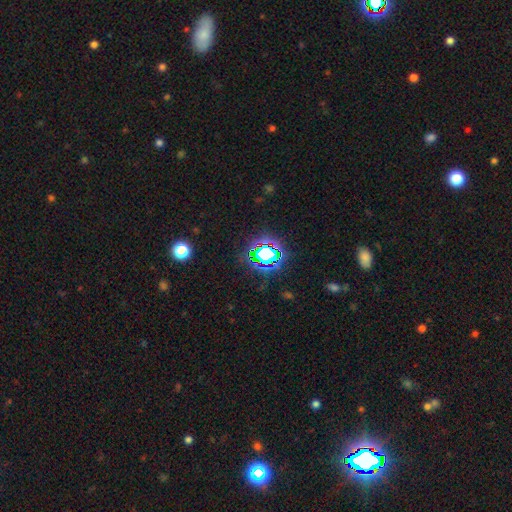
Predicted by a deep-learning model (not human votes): Q: Smooth or featured?
A: star or artifact (68%); runner-up: smooth (23%)